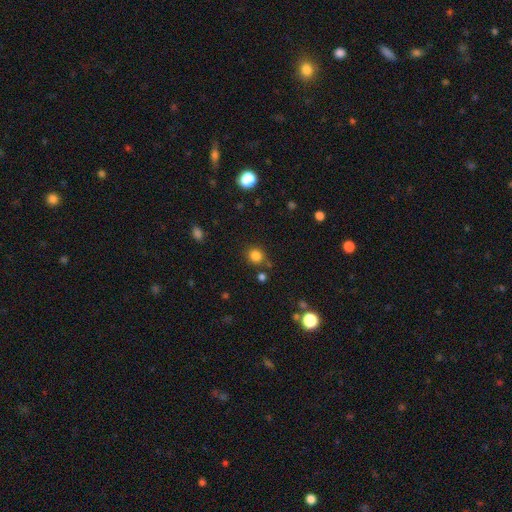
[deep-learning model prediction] smooth_or_featured: smooth (p=0.82) [alt: star or artifact p=0.13]
how_rounded: round (p=0.86) [alt: in between p=0.13]
merging: none (p=0.79) [alt: minor disturbance p=0.11]